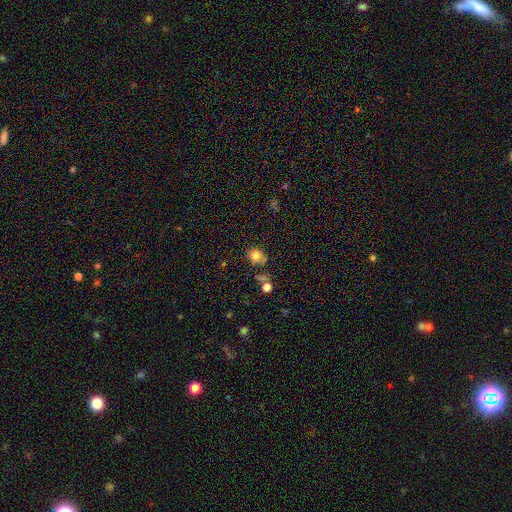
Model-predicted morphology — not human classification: Overall: smooth (78%). How rounded: round (71%). Merging: none (60%; minor disturbance 22%).